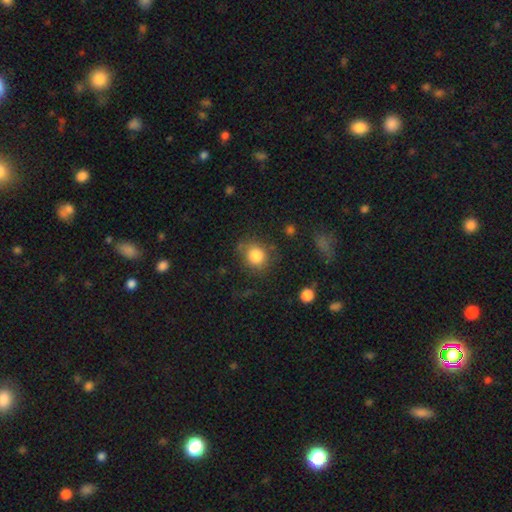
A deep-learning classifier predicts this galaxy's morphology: Overall: smooth (82%). How rounded: round (74%). Merging: none (74%).